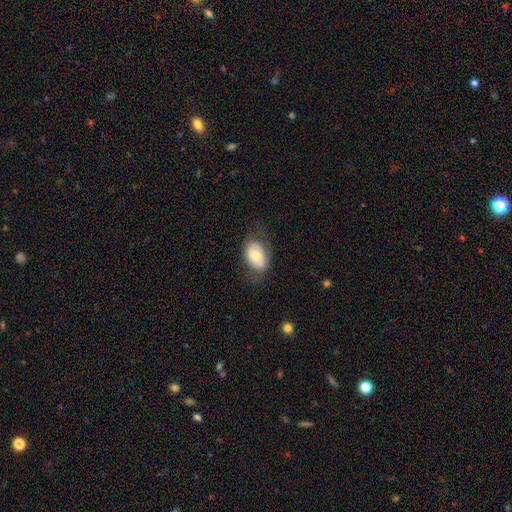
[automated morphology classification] smooth-or-featured: smooth: 62% | featured or disk: 31% | star or artifact: 7%
  how-rounded: in between: 88% | round: 11% | cigar-shaped: 1%
  merging: none: 68% | minor disturbance: 20% | major disturbance: 11% | merger: 1%